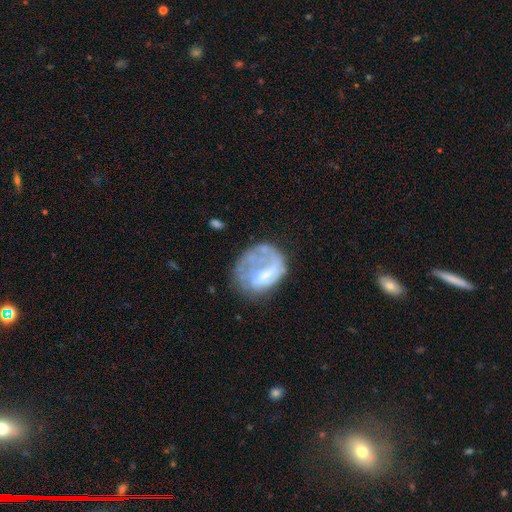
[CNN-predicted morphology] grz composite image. It shows a featured or disk galaxy (55%) with no bar (49%), no spiral arms (62%) and no central bulge (45%). Merging: none (42%).